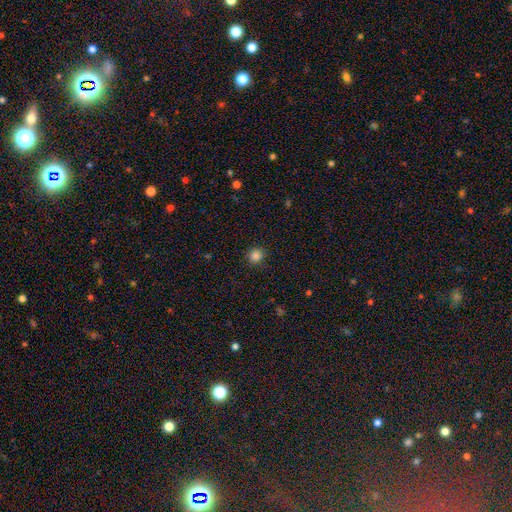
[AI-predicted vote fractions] The model was most divided on "smooth or featured": smooth: 84%, star or artifact: 12%, featured or disk: 3%. More confident: merging — none (90%); how rounded — round (89%).